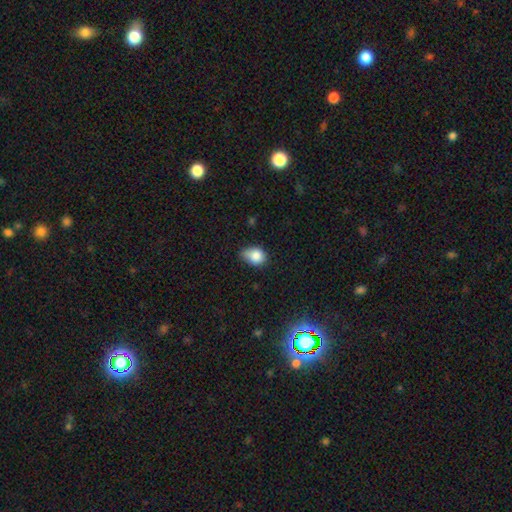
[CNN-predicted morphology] smooth-or-featured: smooth: 84% | star or artifact: 9% | featured or disk: 7%
  how-rounded: in between: 60% | round: 39% | cigar-shaped: 1%
  merging: none: 45% | minor disturbance: 43% | major disturbance: 9% | merger: 3%